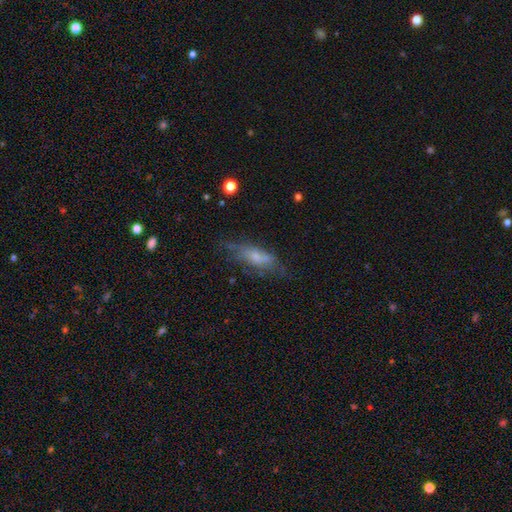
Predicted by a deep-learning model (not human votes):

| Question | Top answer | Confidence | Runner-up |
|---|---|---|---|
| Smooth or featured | smooth | 45% | featured or disk (42%) |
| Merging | none | 66% | minor disturbance (22%) |